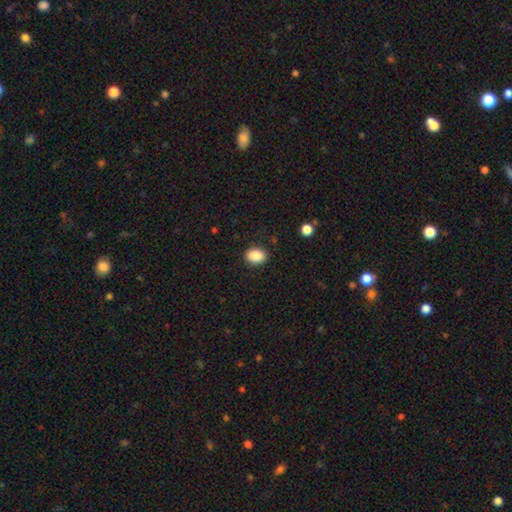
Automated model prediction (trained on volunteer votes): Smooth or featured: smooth — 88% (star or artifact — 8%)
How rounded: in between — 67% (round — 32%)
Merging: none — 88% (minor disturbance — 8%)